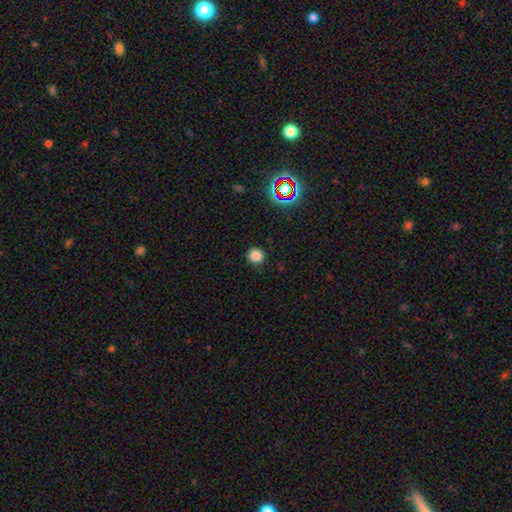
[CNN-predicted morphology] A smooth galaxy with no disk features (81%) that is round (94%).

Vote fractions:
- Smooth or featured? smooth: 81% / star or artifact: 15% / featured or disk: 4%
- How rounded? round: 94% / in between: 5% / cigar-shaped: 1%
- Merging? none: 89% / minor disturbance: 7% / major disturbance: 2% / merger: 1%